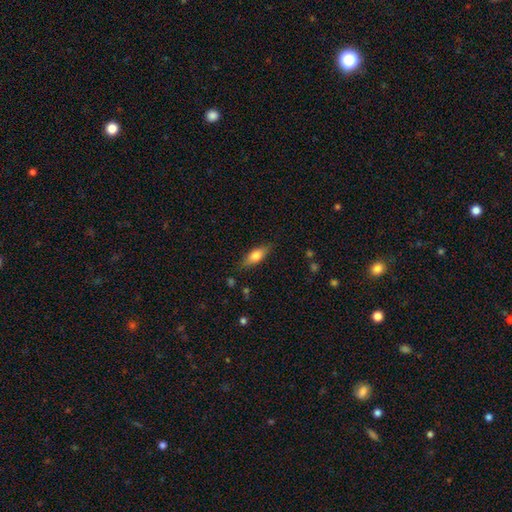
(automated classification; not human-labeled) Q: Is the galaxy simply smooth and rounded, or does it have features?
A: smooth — 74%.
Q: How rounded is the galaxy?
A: in between — 73%.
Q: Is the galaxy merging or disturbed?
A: none — 82%.